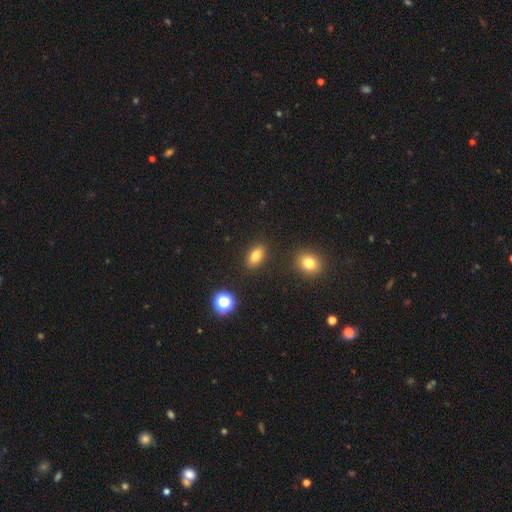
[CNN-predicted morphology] Q: Smooth or featured?
A: smooth (80%); runner-up: star or artifact (12%)
Q: How rounded?
A: in between (85%); runner-up: round (11%)
Q: Merging?
A: none (88%); runner-up: minor disturbance (8%)